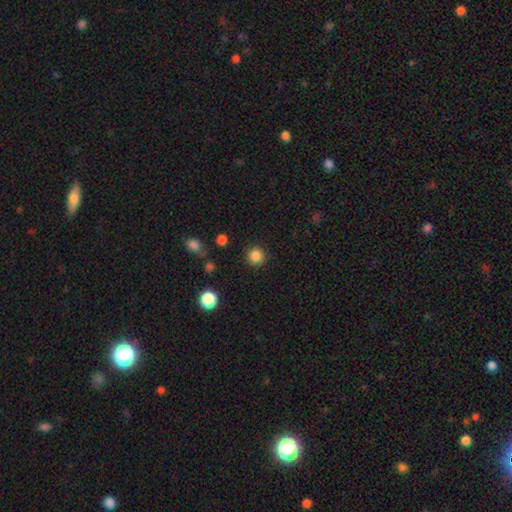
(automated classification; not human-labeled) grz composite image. It shows a smooth galaxy with no disk features (85%) that is round (94%). Merging: none (89%).